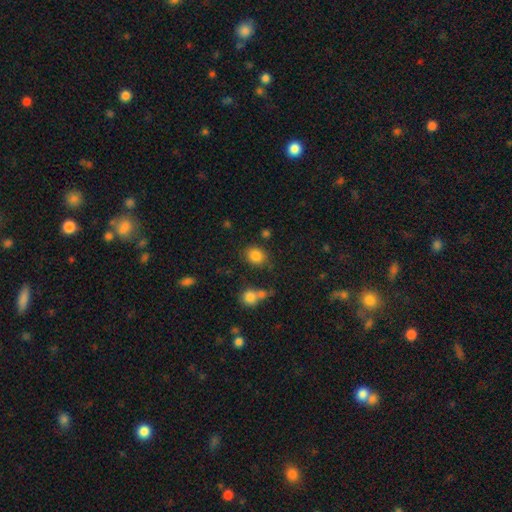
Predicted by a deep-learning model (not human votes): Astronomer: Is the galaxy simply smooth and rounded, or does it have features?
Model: smooth — 84%.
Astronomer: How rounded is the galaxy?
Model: round — 63%.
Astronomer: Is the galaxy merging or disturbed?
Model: none — 77%.